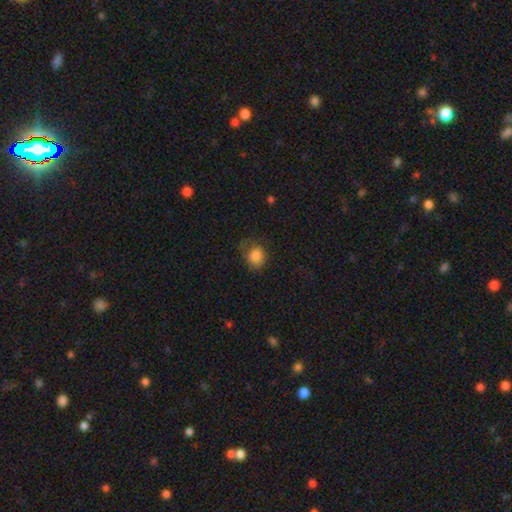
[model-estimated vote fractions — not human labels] smooth-or-featured: smooth: 84% | star or artifact: 9% | featured or disk: 7%
  how-rounded: round: 62% | in between: 37% | cigar-shaped: 1%
  merging: none: 57% | minor disturbance: 27% | major disturbance: 14% | merger: 2%